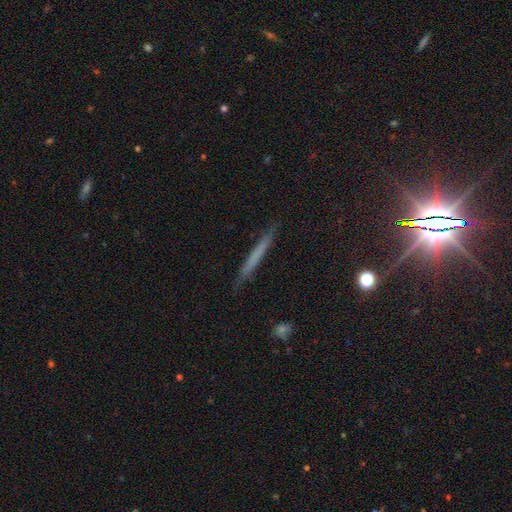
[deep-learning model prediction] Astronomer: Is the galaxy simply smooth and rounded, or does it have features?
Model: smooth — 56% (runner-up: featured or disk, 36%).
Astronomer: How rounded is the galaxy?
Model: cigar-shaped — 96%.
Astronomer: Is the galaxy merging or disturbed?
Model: none — 88%.